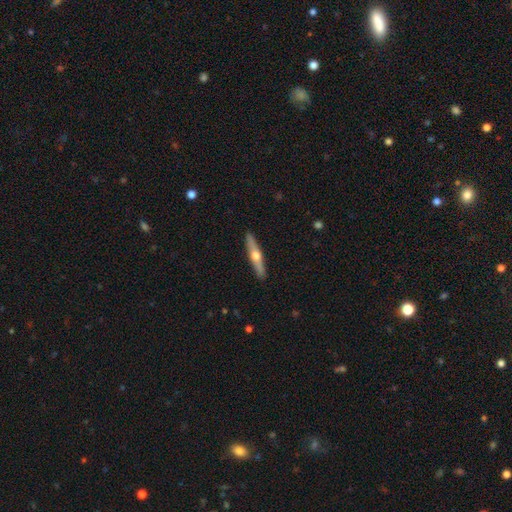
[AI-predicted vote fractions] featured or disk 61%, smooth 34%, star or artifact 5%. Down the decision tree: edge-on disk — yes (95%); edge-on bulge — rounded (94%); merging — none (92%).